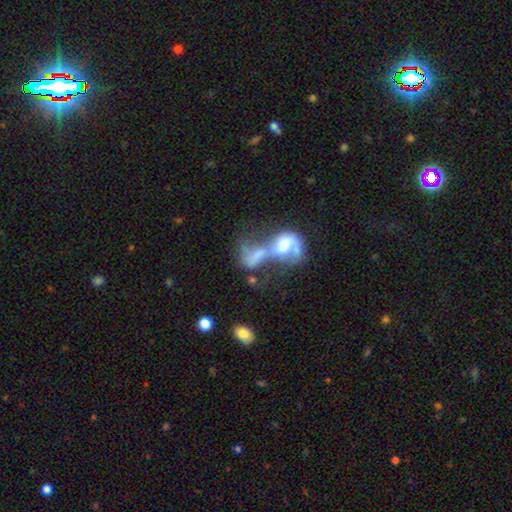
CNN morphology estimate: Smooth or featured?
  - featured or disk: 46% *
  - smooth: 43%
  - star or artifact: 11%
Merging?
  - merger: 74% *
  - major disturbance: 15%
  - none: 7%
  - minor disturbance: 4%